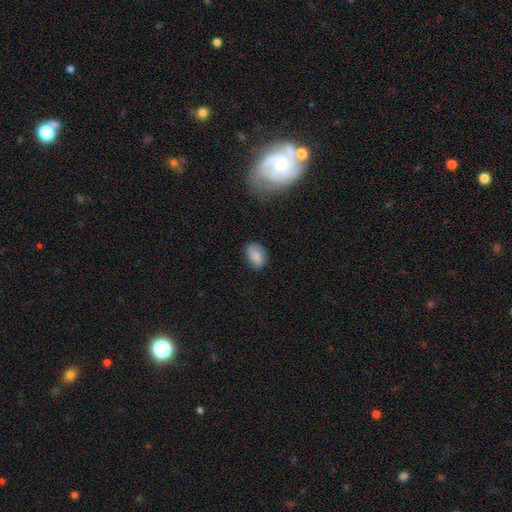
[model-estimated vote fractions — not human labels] This appears to be a smooth galaxy with no disk features (82%) that is in between round and cigar-shaped (85%). Merging: none (80%).